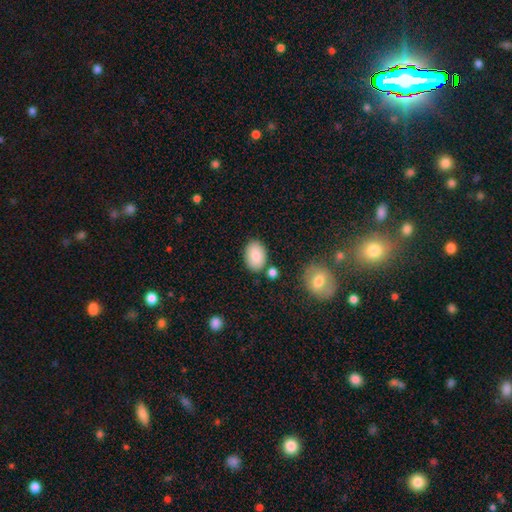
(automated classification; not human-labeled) This appears to be a smooth galaxy with no disk features (86%) that is in between round and cigar-shaped (87%). Merging: none (79%).